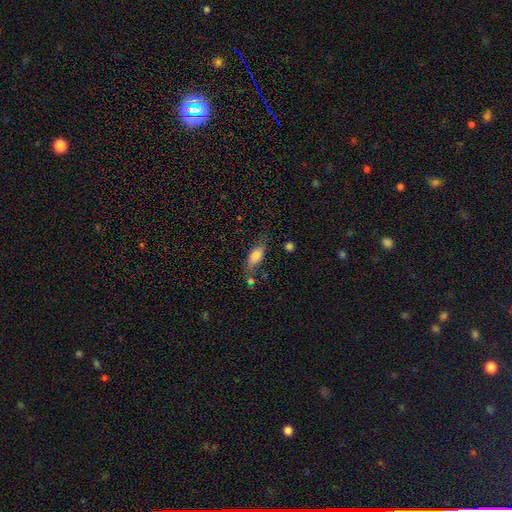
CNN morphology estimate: Smooth or featured? Predicted: smooth (p=0.74). How rounded? Predicted: in between (p=0.79). Merging? Predicted: none (p=0.57).